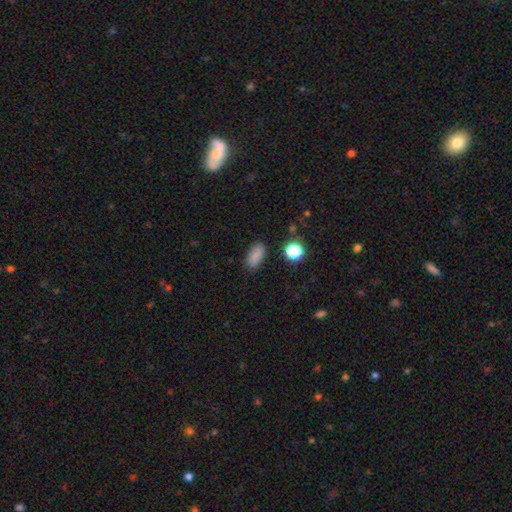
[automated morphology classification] This appears to be a smooth galaxy with no disk features (81%) that is in between round and cigar-shaped (87%). Merging: none (84%).